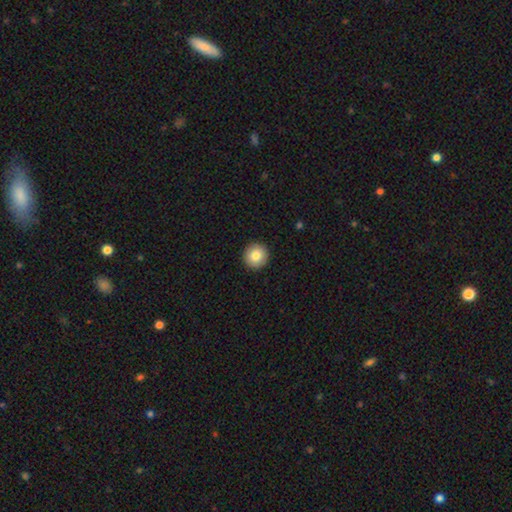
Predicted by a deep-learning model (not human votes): Smooth or featured? smooth (83%)
How rounded? round (96%)
Merging? none (93%)